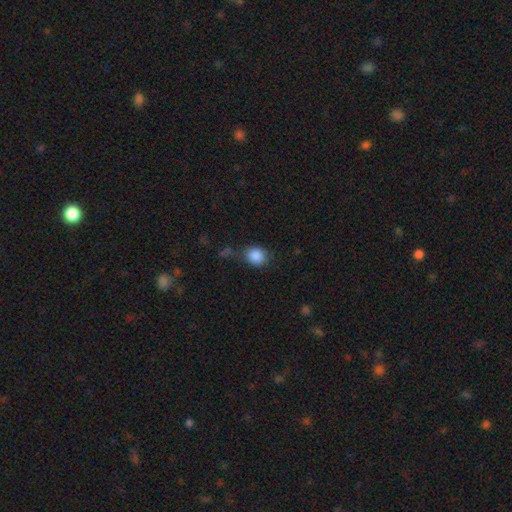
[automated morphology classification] The model was most divided on "how rounded": round: 69%, in between: 29%, cigar-shaped: 1%. More confident: smooth or featured — smooth (87%); merging — none (68%).